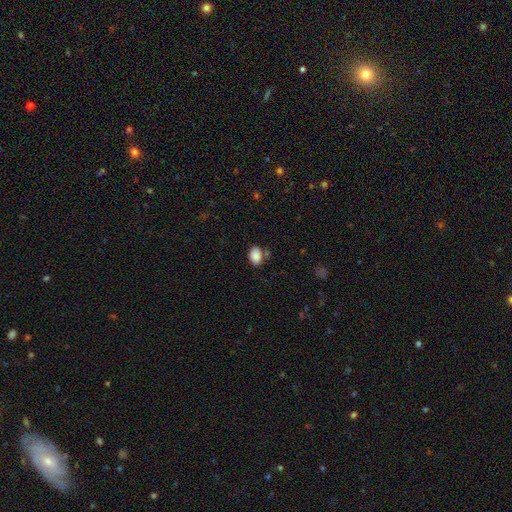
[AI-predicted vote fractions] Morphology: type=smooth (88%); roundness=in between (79%); merging=none (69%).